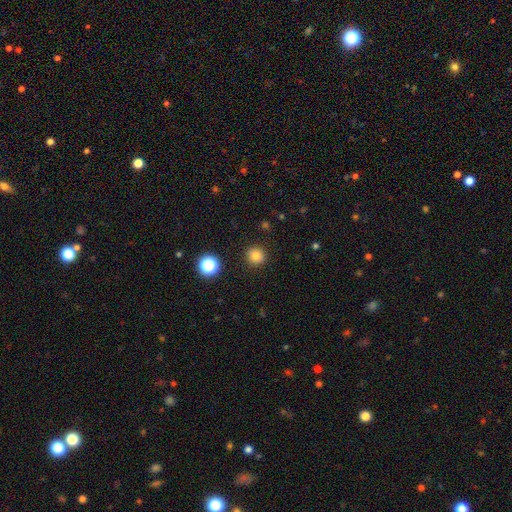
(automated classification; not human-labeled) Smooth or featured? Predicted: smooth (p=0.81). How rounded? Predicted: round (p=0.94). Merging? Predicted: none (p=0.91).